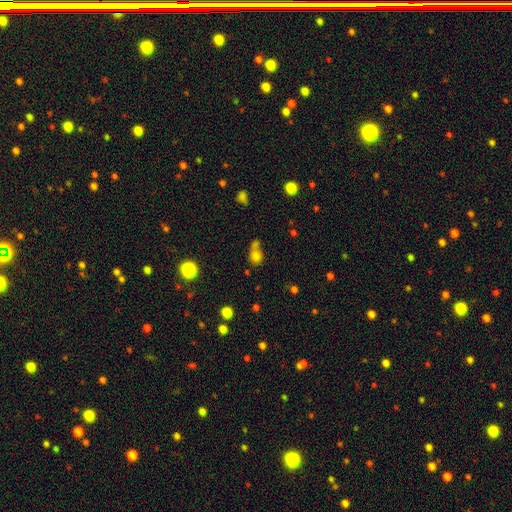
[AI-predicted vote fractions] smooth 75%, star or artifact 15%, featured or disk 10%. Down the decision tree: how rounded — round (64%); merging — none (40%).